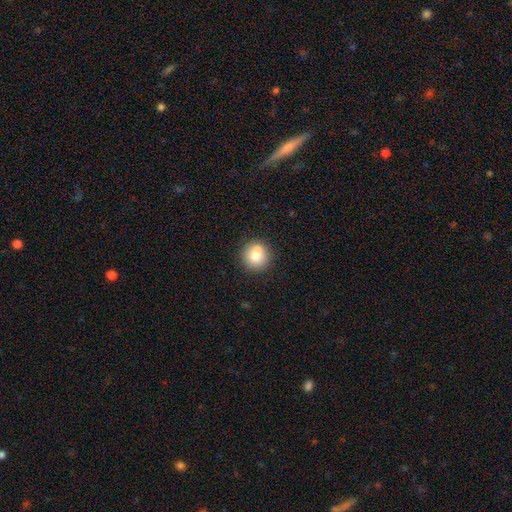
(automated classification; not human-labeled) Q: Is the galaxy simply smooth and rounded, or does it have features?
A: smooth — 73%.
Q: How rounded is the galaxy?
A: round — 92%.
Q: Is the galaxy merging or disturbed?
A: none — 65%.